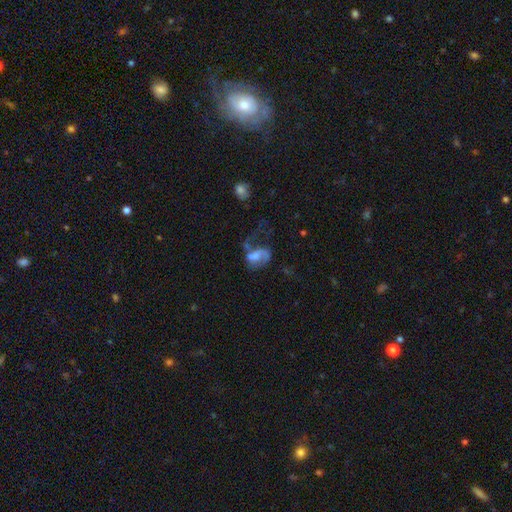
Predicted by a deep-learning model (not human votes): Q: Smooth or featured?
A: featured or disk (59%); runner-up: smooth (31%)
Q: Edge-on disk?
A: no (97%); runner-up: yes (3%)
Q: Bar?
A: no (50%); runner-up: weak (36%)
Q: Spiral arms?
A: yes (77%); runner-up: no (23%)
Q: Bulge size?
A: none (34%); runner-up: moderate (25%)
Q: Merging?
A: major disturbance (46%); runner-up: none (24%)